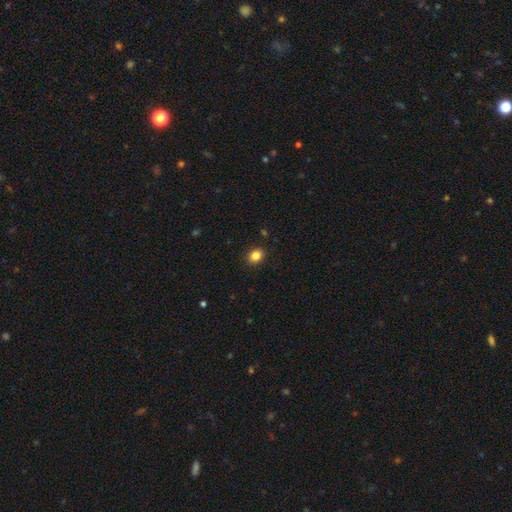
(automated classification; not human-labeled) A smooth galaxy with no disk features (85%) that is round (60%).

Vote fractions:
- Smooth or featured? smooth: 85% / star or artifact: 11% / featured or disk: 5%
- How rounded? round: 60% / in between: 39% / cigar-shaped: 1%
- Merging? none: 91% / minor disturbance: 7% / major disturbance: 2% / merger: 1%